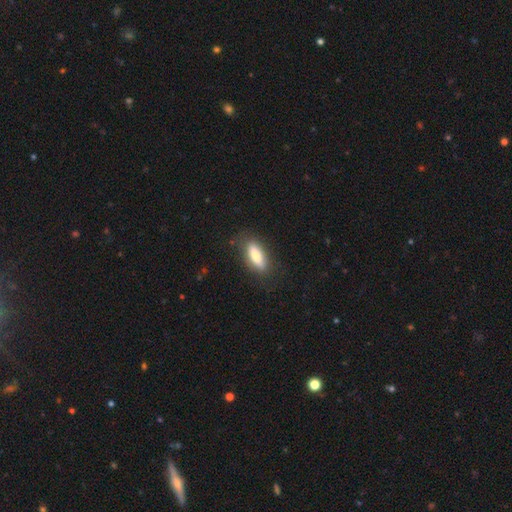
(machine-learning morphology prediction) This is likely a smooth galaxy (73%). How rounded: likely in between (62%). Merging: clearly none (82%).